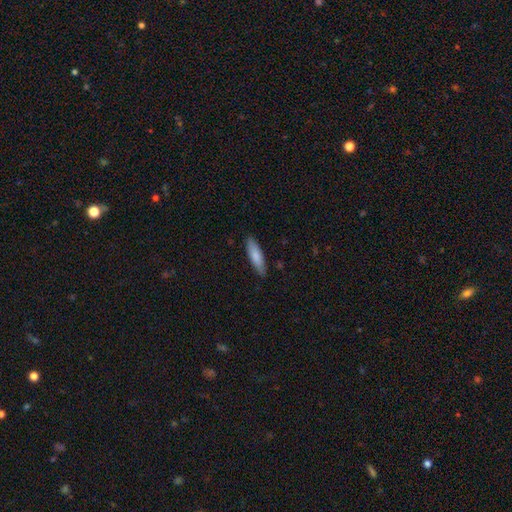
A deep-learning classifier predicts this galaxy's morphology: Smooth or featured?
  - smooth: 80% *
  - featured or disk: 15%
  - star or artifact: 5%
How rounded?
  - cigar-shaped: 67% *
  - in between: 31%
  - round: 1%
Merging?
  - none: 87% *
  - minor disturbance: 10%
  - major disturbance: 2%
  - merger: 1%